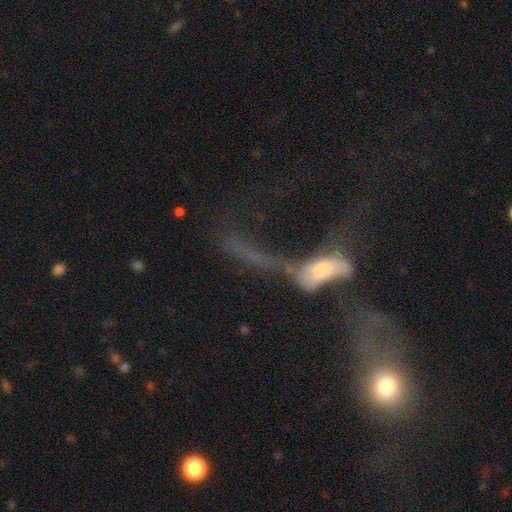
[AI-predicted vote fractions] Q: Smooth or featured?
A: featured or disk (56%); runner-up: smooth (26%)
Q: Edge-on disk?
A: no (75%); runner-up: yes (25%)
Q: Merging?
A: merger (53%); runner-up: major disturbance (31%)